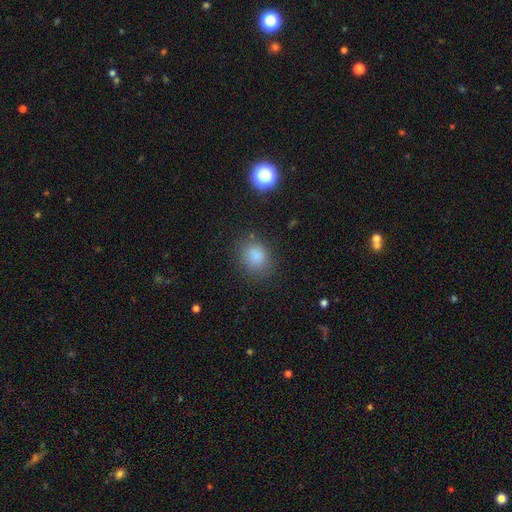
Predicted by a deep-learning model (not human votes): Q: Smooth or featured?
A: smooth (82%); runner-up: star or artifact (11%)
Q: How rounded?
A: round (61%); runner-up: in between (38%)
Q: Merging?
A: none (78%); runner-up: minor disturbance (14%)